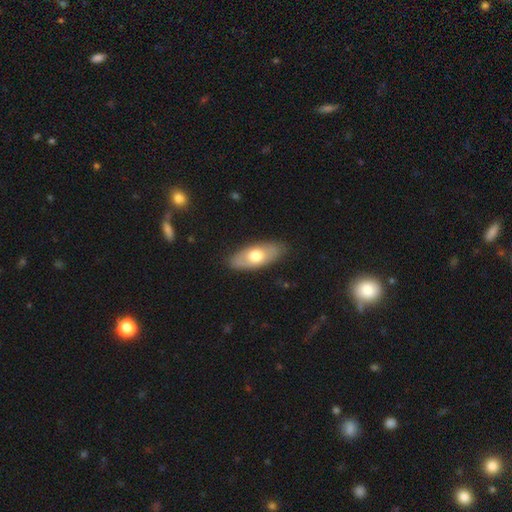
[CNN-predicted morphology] Q: Smooth or featured?
A: smooth (60%); runner-up: featured or disk (35%)
Q: How rounded?
A: in between (84%); runner-up: cigar-shaped (12%)
Q: Merging?
A: none (85%); runner-up: minor disturbance (12%)